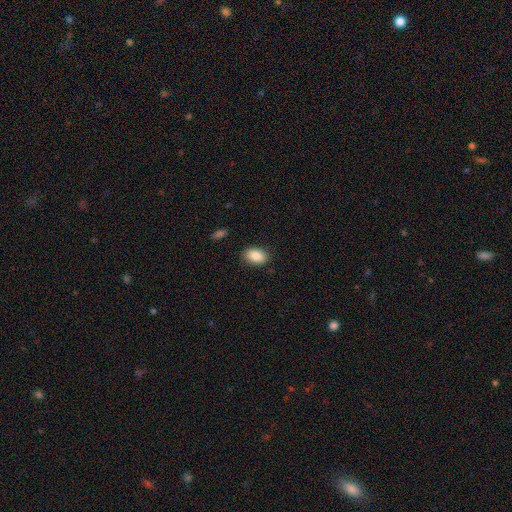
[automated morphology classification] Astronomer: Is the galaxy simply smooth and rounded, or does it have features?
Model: smooth — 87%.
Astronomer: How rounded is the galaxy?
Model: in between — 88%.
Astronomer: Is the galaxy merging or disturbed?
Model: none — 87%.